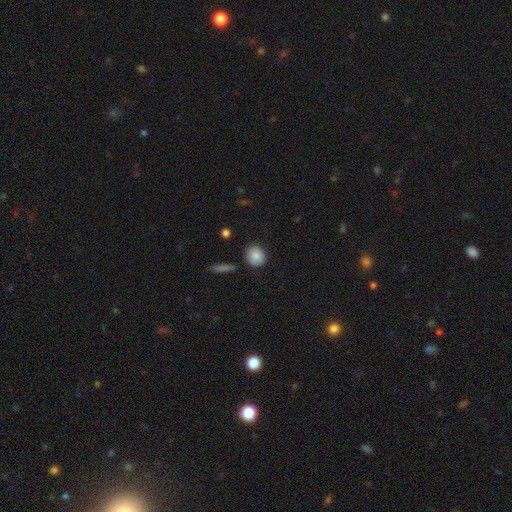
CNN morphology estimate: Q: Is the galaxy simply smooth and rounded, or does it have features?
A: smooth — 83%.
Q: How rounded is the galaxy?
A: round — 81%.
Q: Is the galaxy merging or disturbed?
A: none — 85%.